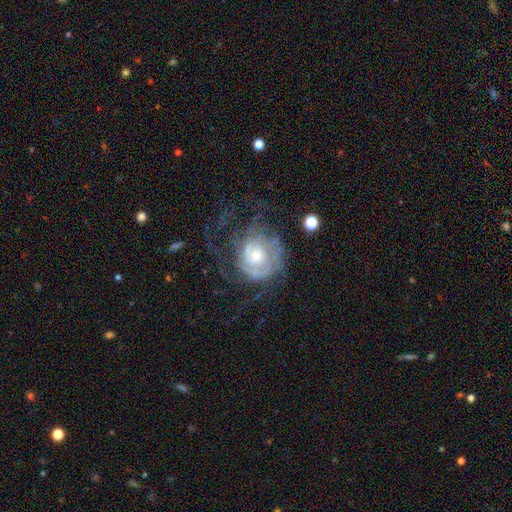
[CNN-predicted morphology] Smooth or featured: featured or disk — 83% (smooth — 10%)
Edge-on disk: no — 97% (yes — 3%)
Bar: no — 76% (weak — 20%)
Spiral arms: yes — 91% (no — 9%)
Spiral winding: tight — 64% (medium — 25%)
Spiral arm count: can't tell — 41% (2 — 24%)
Bulge size: moderate — 48% (small — 46%)
Merging: none — 51% (major disturbance — 30%)